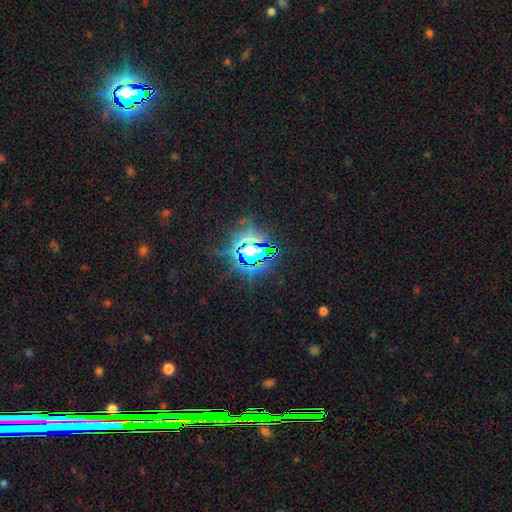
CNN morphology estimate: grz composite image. It shows a star or artifact, not a galaxy (75%).